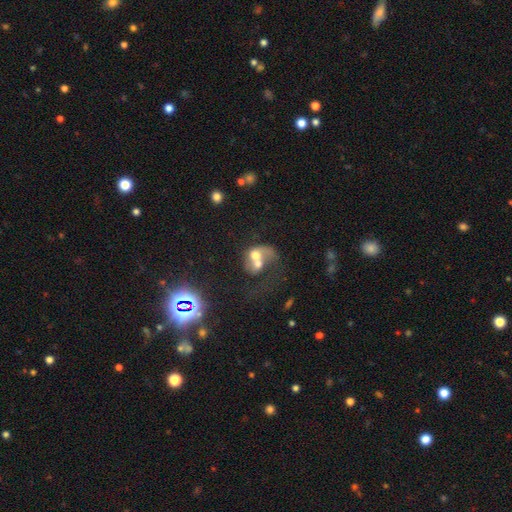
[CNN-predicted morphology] smooth-or-featured: featured or disk: 46% | smooth: 43% | star or artifact: 11%
  merging: merger: 74% | major disturbance: 12% | none: 9% | minor disturbance: 5%